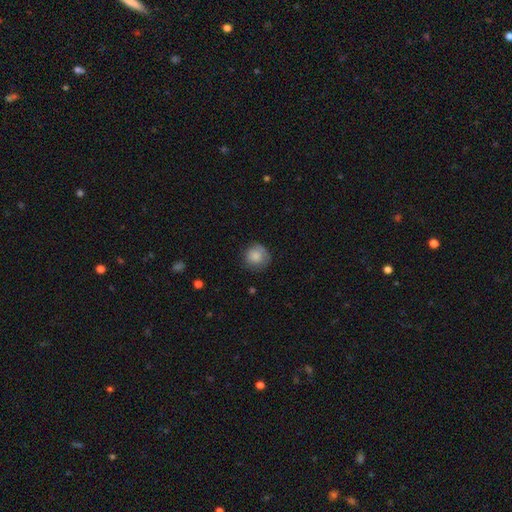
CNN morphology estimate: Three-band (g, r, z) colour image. It shows a smooth galaxy with no disk features (81%) that is round (90%). Merging: none (70%).